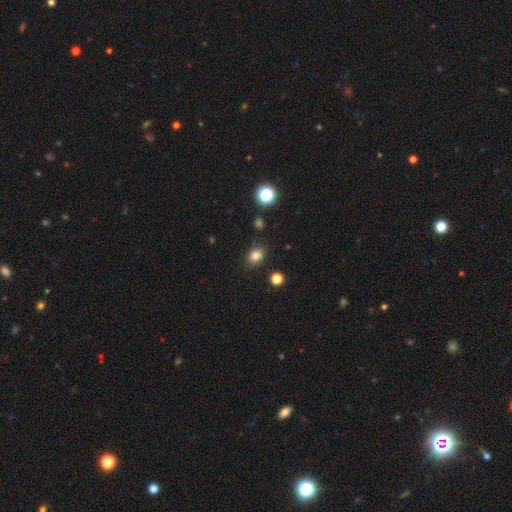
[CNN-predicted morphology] This appears to be a smooth galaxy with no disk features (81%) that is in between round and cigar-shaped (58%). Merging: none (85%).